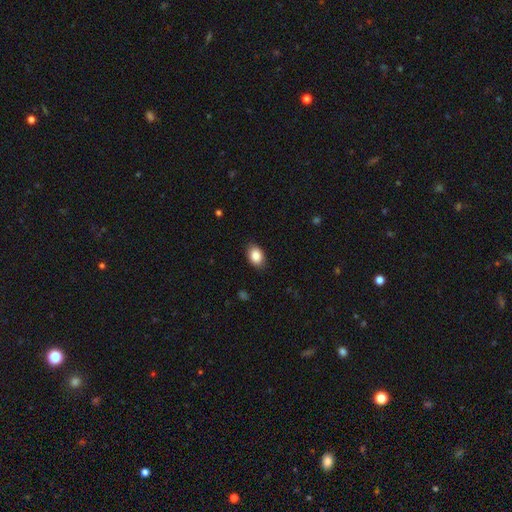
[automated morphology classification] Overall: smooth (87%). How rounded: in between (84%). Merging: none (86%).